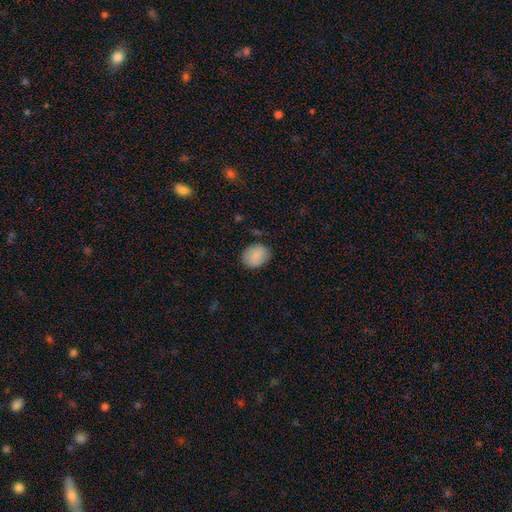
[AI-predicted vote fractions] smooth_or_featured: smooth (p=0.87) [alt: star or artifact p=0.07]
how_rounded: in between (p=0.59) [alt: round p=0.41]
merging: none (p=0.82) [alt: minor disturbance p=0.13]